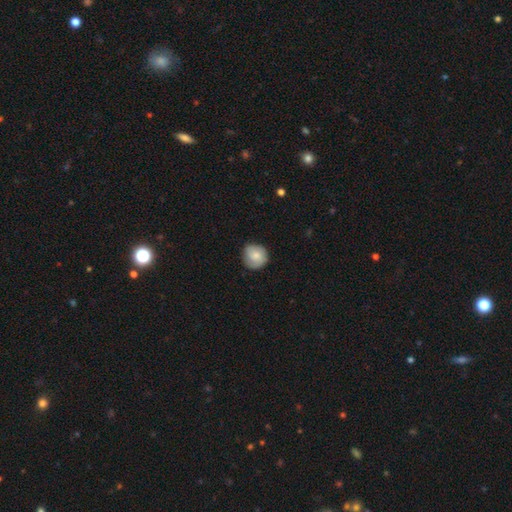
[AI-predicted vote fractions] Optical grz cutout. It shows a smooth galaxy with no disk features (79%) that is round (90%). Merging: none (79%).